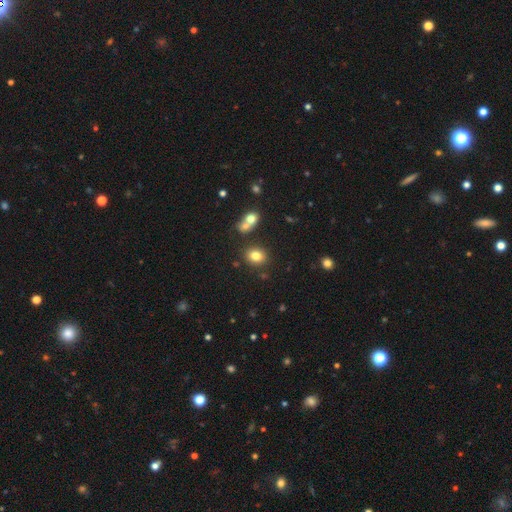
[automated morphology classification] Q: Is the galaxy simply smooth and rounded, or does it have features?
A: smooth — 80%.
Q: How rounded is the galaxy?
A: round — 57%.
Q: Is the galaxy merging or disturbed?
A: none — 77%.